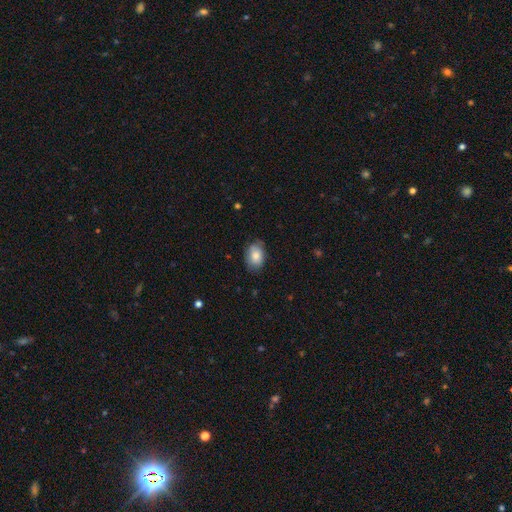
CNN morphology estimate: smooth-or-featured: smooth: 81% | featured or disk: 12% | star or artifact: 7%
  how-rounded: in between: 84% | round: 15% | cigar-shaped: 1%
  merging: none: 76% | minor disturbance: 19% | major disturbance: 4% | merger: 1%